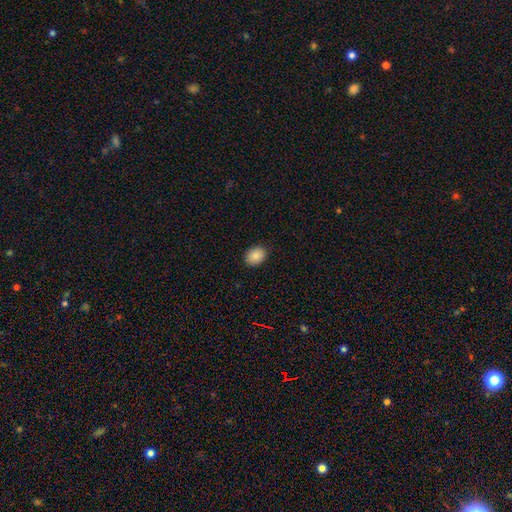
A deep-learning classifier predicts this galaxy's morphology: This is clearly a smooth galaxy (88%). How rounded: likely in between (62%). Merging: clearly none (89%).